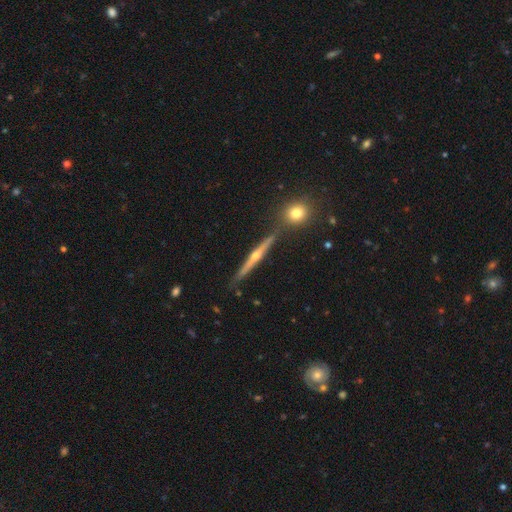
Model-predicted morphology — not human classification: Smooth or featured: featured or disk — 80% (smooth — 13%)
Edge-on disk: yes — 98% (no — 2%)
Edge-on bulge: rounded — 89% (none — 8%)
Merging: none — 85% (minor disturbance — 9%)